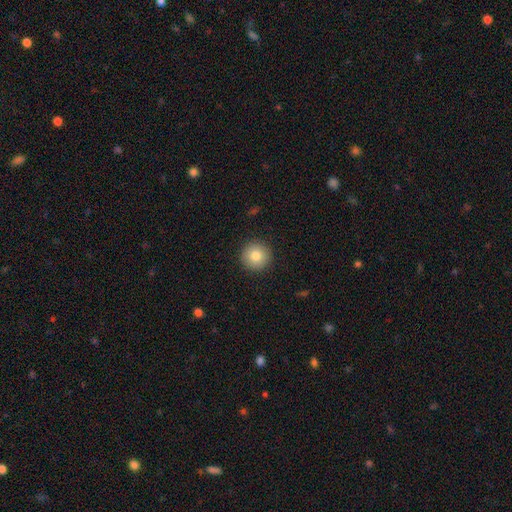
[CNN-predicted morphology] Smooth or featured?
  - smooth: 82% *
  - star or artifact: 9%
  - featured or disk: 9%
How rounded?
  - round: 96% *
  - in between: 3%
  - cigar-shaped: 1%
Merging?
  - none: 92% *
  - minor disturbance: 5%
  - major disturbance: 2%
  - merger: 1%